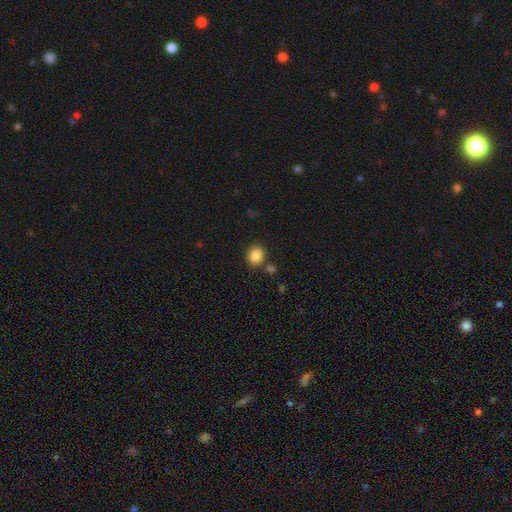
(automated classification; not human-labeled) The model was most divided on "how rounded": round: 73%, in between: 26%, cigar-shaped: 1%. More confident: smooth or featured — smooth (86%); merging — none (80%).